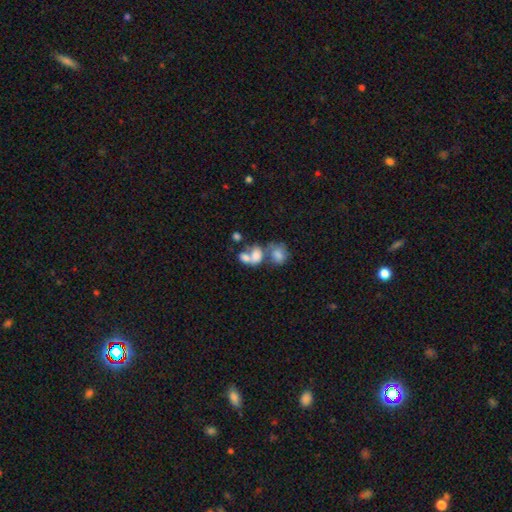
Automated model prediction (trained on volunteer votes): The model was most divided on "how rounded": in between: 67%, round: 31%, cigar-shaped: 2%. More confident: smooth or featured — smooth (66%); merging — merger (66%).